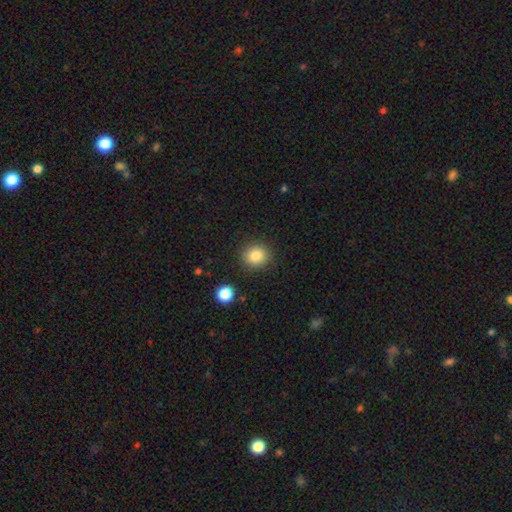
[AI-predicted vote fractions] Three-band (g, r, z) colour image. It shows a smooth galaxy with no disk features (85%) that is round (83%). Merging: none (88%).